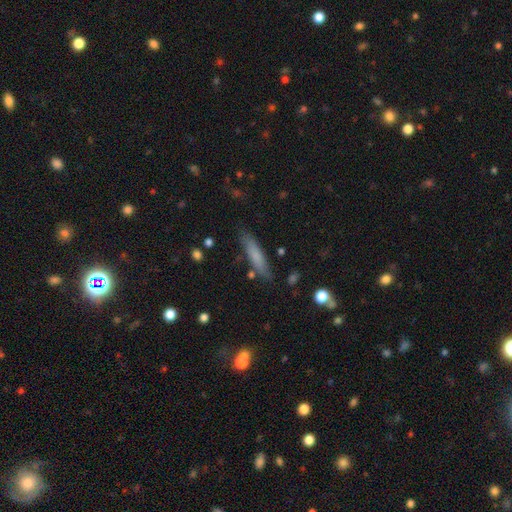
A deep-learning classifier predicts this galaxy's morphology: Smooth or featured?
  - smooth: 72% *
  - featured or disk: 21%
  - star or artifact: 7%
How rounded?
  - cigar-shaped: 83% *
  - in between: 16%
  - round: 2%
Merging?
  - none: 81% *
  - minor disturbance: 13%
  - merger: 3%
  - major disturbance: 3%